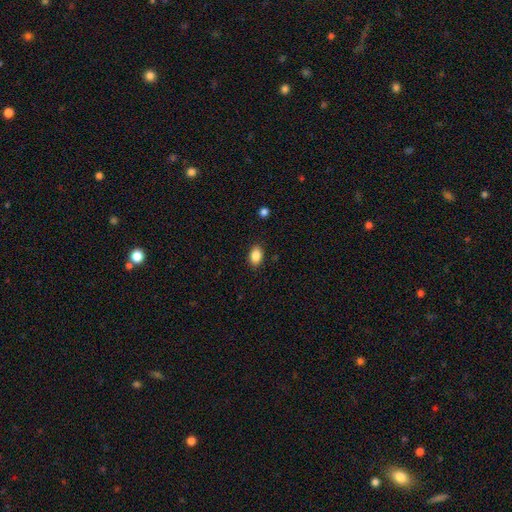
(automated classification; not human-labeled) Smooth or featured? smooth (86%)
How rounded? in between (85%)
Merging? none (87%)